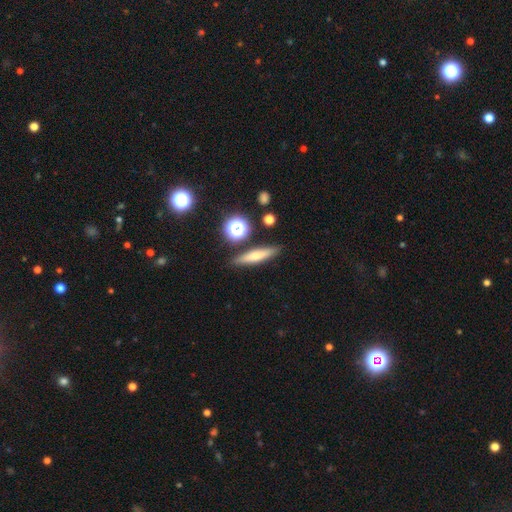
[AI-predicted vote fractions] Overall: smooth (61%; featured or disk 28%). How rounded: cigar-shaped (78%). Merging: none (85%).